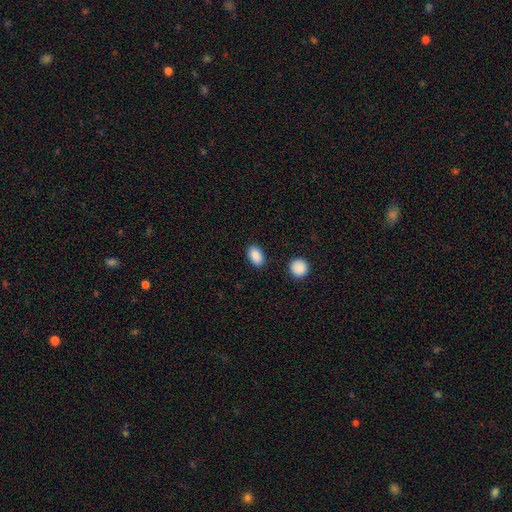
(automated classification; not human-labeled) Overall: smooth (89%). How rounded: in between (89%). Merging: none (86%).